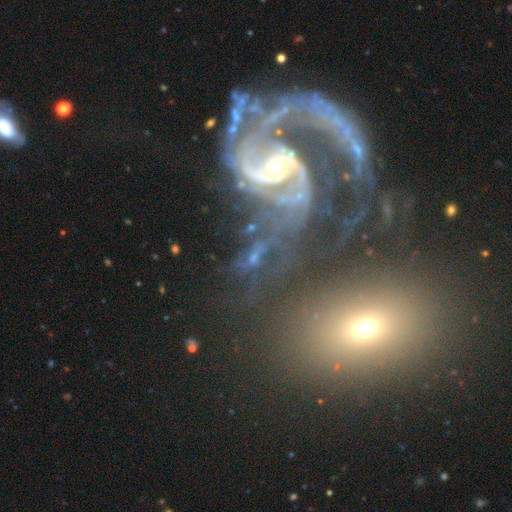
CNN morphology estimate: A featured or disk galaxy (70%) with no bar (47%), 2 (53%) medium (42%) spiral arms (88%) and a small central bulge (46%).

Vote fractions:
- Smooth or featured? featured or disk: 70% / star or artifact: 18% / smooth: 13%
- Edge-on disk? no: 95% / yes: 5%
- Bar? no: 47% / weak: 32% / strong: 21%
- Spiral arms? yes: 88% / no: 12%
- Spiral winding? medium: 42% / tight: 33% / loose: 25%
- Spiral arm count? 2: 53% / can't tell: 17% / 3: 10% / 1: 7% / 4: 6% / more than 4: 6%
- Bulge size? small: 46% / moderate: 41% / large: 6% / none: 4% / dominant: 3%
- Merging? none: 40% / major disturbance: 25% / merger: 18% / minor disturbance: 17%